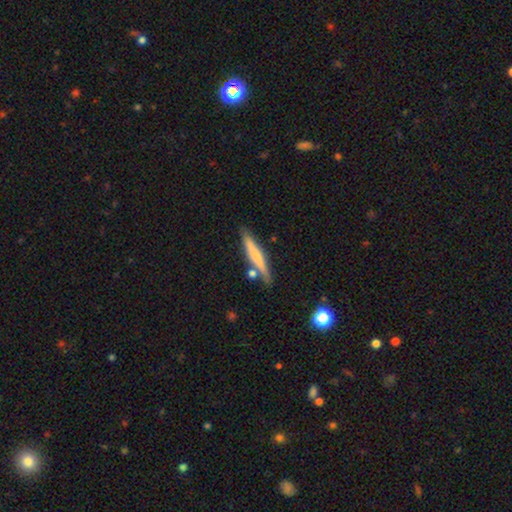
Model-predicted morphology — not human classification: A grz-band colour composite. It shows a smooth galaxy with no disk features (56%) that is cigar-shaped (92%). Merging: none (77%).